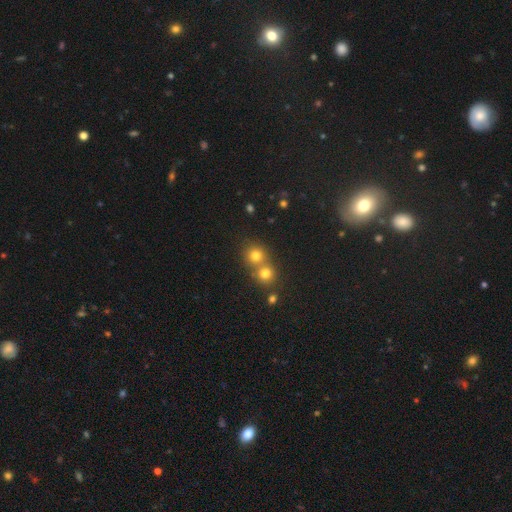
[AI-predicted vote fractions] A smooth galaxy with no disk features (75%) that is round (87%).

Vote fractions:
- Smooth or featured? smooth: 75% / star or artifact: 16% / featured or disk: 8%
- How rounded? round: 87% / in between: 12% / cigar-shaped: 1%
- Merging? none: 50% / merger: 42% / minor disturbance: 6% / major disturbance: 2%